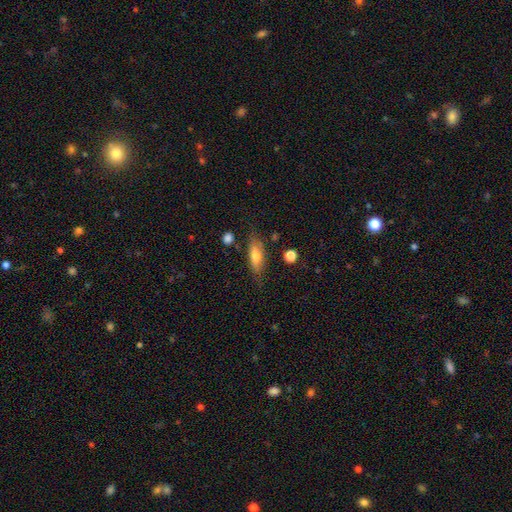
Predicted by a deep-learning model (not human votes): Q: Smooth or featured?
A: smooth (62%); runner-up: featured or disk (31%)
Q: How rounded?
A: in between (57%); runner-up: cigar-shaped (40%)
Q: Merging?
A: none (73%); runner-up: minor disturbance (19%)